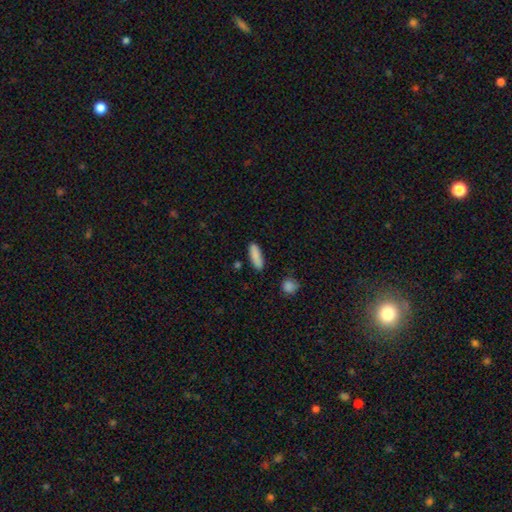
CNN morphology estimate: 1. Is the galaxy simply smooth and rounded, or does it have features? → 87% smooth, 7% star or artifact, 6% featured or disk.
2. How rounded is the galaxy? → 50% in between, 48% cigar-shaped, 2% round.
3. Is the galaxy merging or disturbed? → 83% none, 12% minor disturbance, 3% merger, 3% major disturbance.